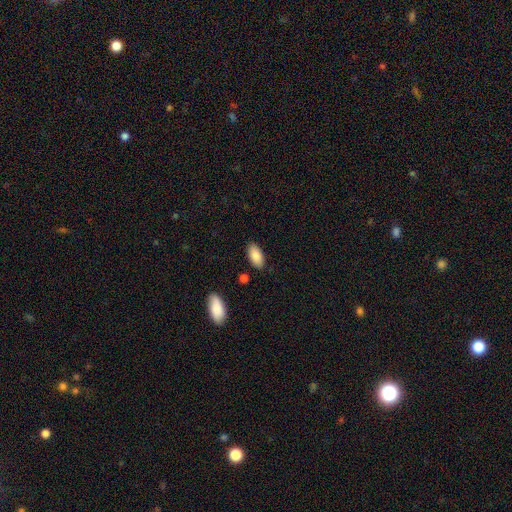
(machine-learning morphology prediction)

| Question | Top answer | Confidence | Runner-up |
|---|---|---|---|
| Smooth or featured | smooth | 87% | featured or disk (7%) |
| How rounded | in between | 93% | cigar-shaped (5%) |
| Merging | none | 85% | minor disturbance (10%) |